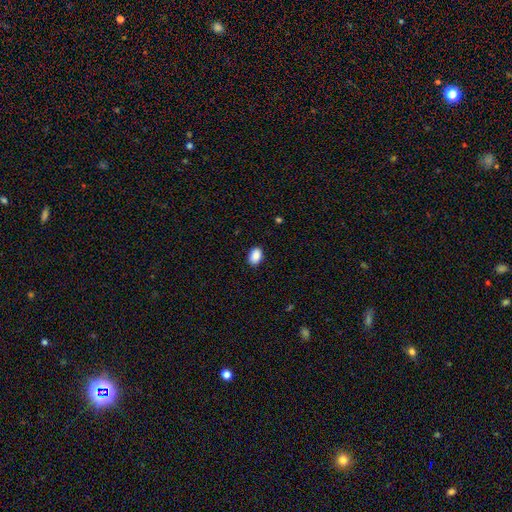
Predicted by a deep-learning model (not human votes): Smooth or featured: smooth — 90% (star or artifact — 8%)
How rounded: in between — 82% (round — 17%)
Merging: none — 88% (minor disturbance — 9%)